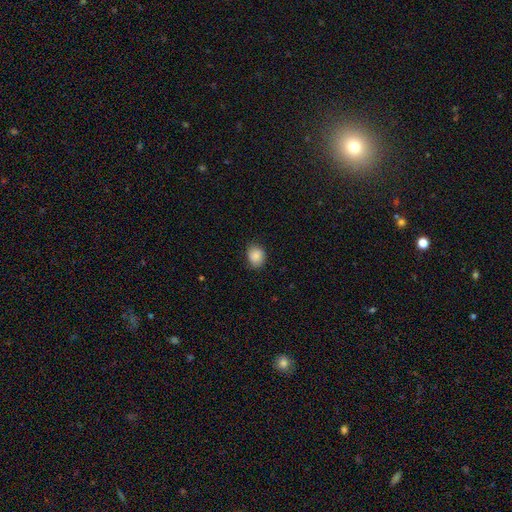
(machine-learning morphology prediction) Smooth or featured? Predicted: smooth (p=0.87). How rounded? Predicted: round (p=0.55). Merging? Predicted: none (p=0.80).